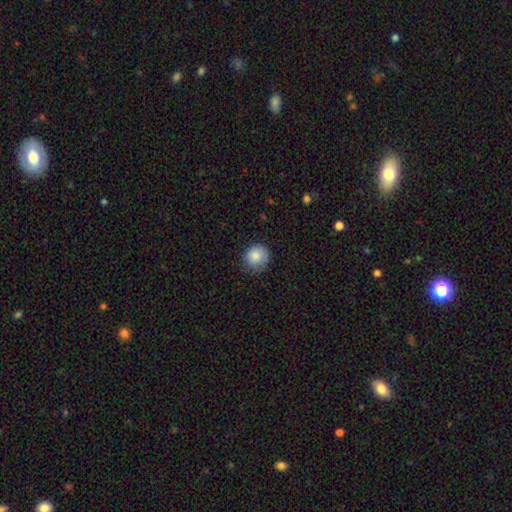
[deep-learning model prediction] Smooth or featured? smooth (84%)
How rounded? round (88%)
Merging? none (74%)